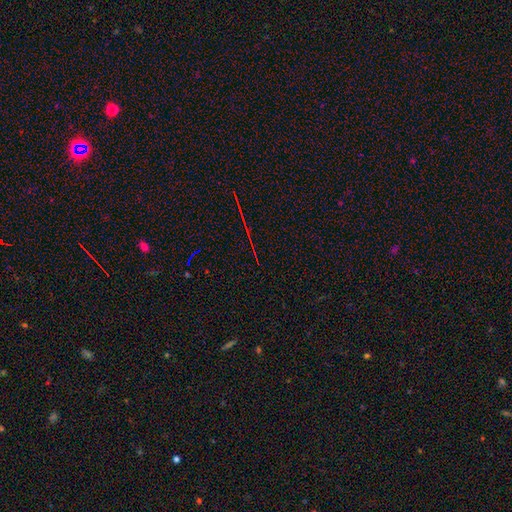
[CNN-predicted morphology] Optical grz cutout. It shows a star or artifact, not a galaxy (81%).